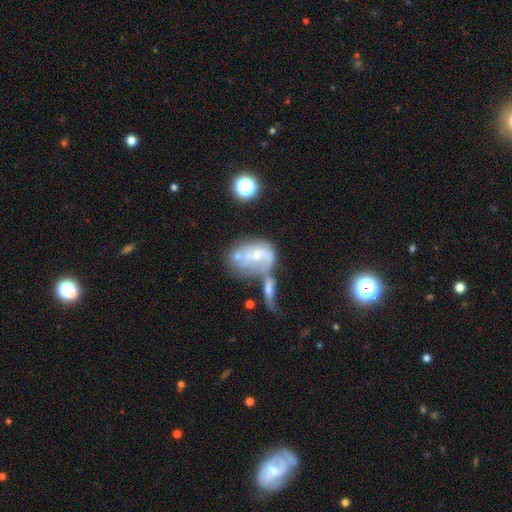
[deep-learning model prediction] Smooth or featured: featured or disk — 51% (smooth — 37%)
Edge-on disk: no — 93% (yes — 7%)
Merging: merger — 45% (none — 20%)